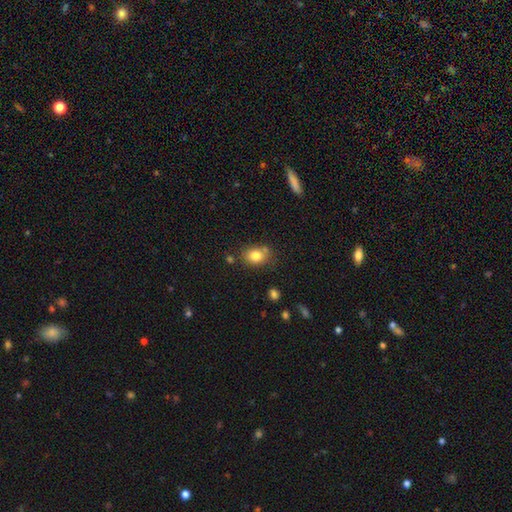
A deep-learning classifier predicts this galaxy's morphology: type=smooth (81%); roundness=in between (60%); merging=none (69%).